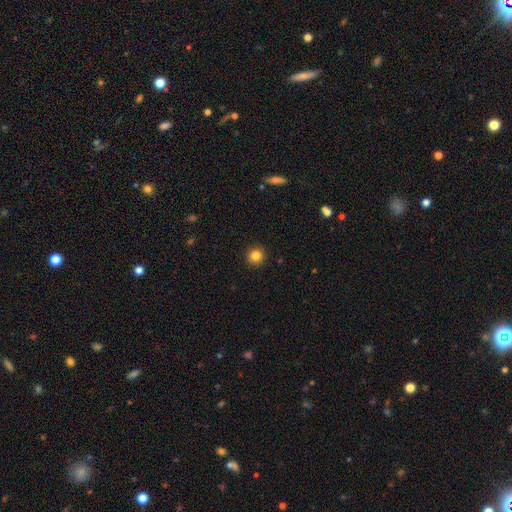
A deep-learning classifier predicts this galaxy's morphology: This is clearly a smooth galaxy (83%). How rounded: clearly round (94%). Merging: clearly none (93%).